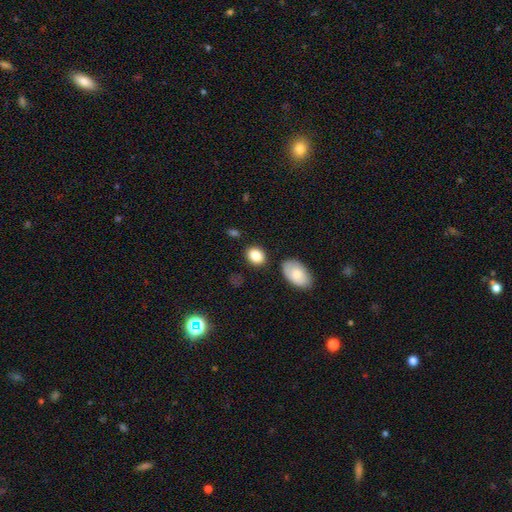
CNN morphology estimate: type=smooth (84%); roundness=in between (73%); merging=none (80%).